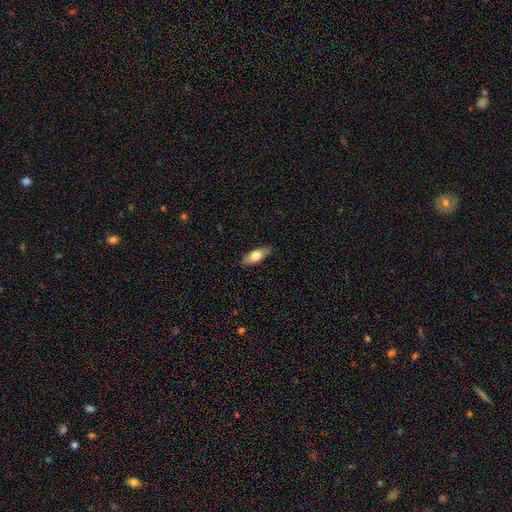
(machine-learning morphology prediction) Smooth or featured?
  - smooth: 67% *
  - featured or disk: 27%
  - star or artifact: 6%
How rounded?
  - in between: 70% *
  - cigar-shaped: 28%
  - round: 3%
Merging?
  - none: 86% *
  - minor disturbance: 10%
  - major disturbance: 2%
  - merger: 1%